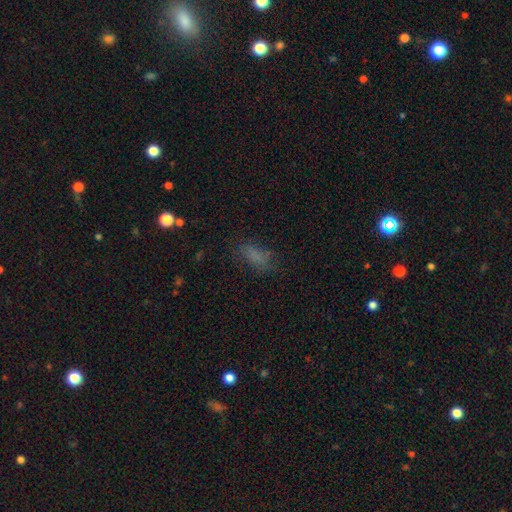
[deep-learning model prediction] smooth 72%, star or artifact 16%, featured or disk 11%. Down the decision tree: how rounded — in between (81%); merging — none (66%).